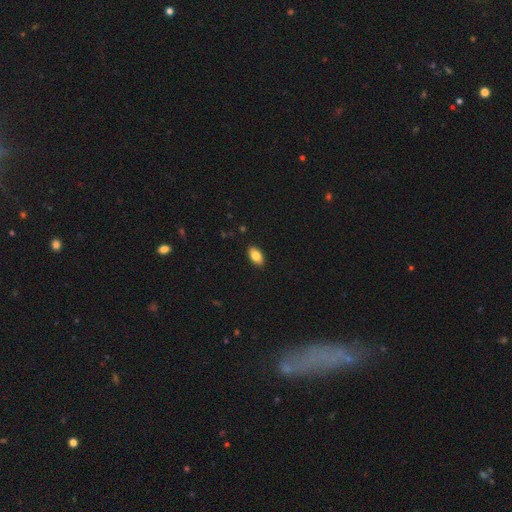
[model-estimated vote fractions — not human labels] Q: Smooth or featured?
A: smooth (83%); runner-up: featured or disk (10%)
Q: How rounded?
A: in between (93%); runner-up: round (5%)
Q: Merging?
A: none (89%); runner-up: minor disturbance (8%)